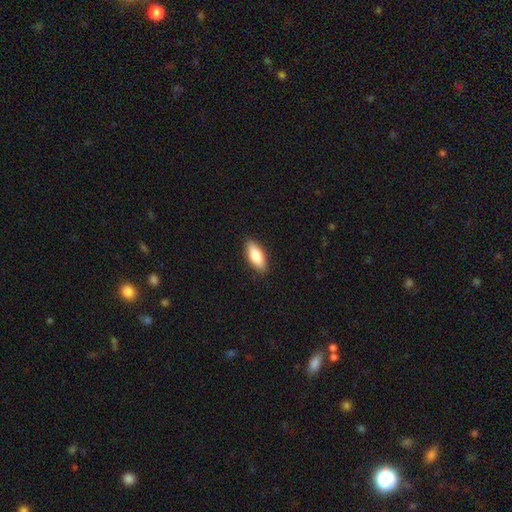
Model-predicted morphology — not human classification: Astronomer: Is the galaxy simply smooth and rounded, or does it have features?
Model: smooth — 81%.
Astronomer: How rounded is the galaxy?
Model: in between — 79%.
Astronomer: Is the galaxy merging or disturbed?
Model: none — 89%.